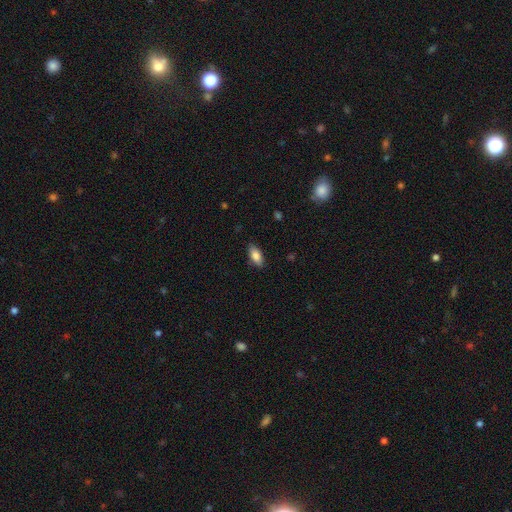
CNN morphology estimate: type=smooth (84%); roundness=in between (88%); merging=none (85%).